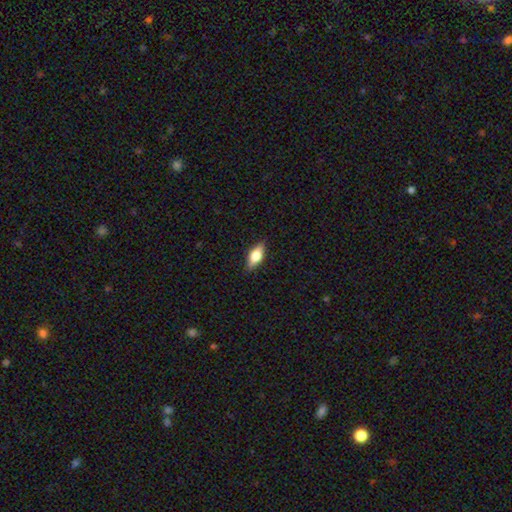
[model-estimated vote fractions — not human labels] This is likely a smooth galaxy (68%). How rounded: likely in between (79%). Merging: clearly none (87%).